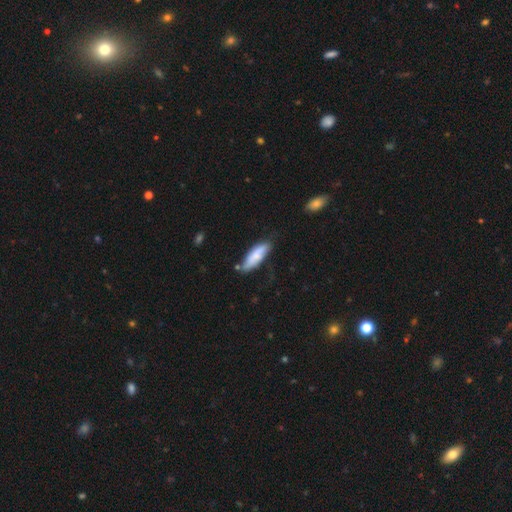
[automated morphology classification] smooth_or_featured: smooth (p=0.70) [alt: featured or disk p=0.24]
how_rounded: in between (p=0.55) [alt: cigar-shaped p=0.43]
merging: none (p=0.59) [alt: minor disturbance p=0.29]